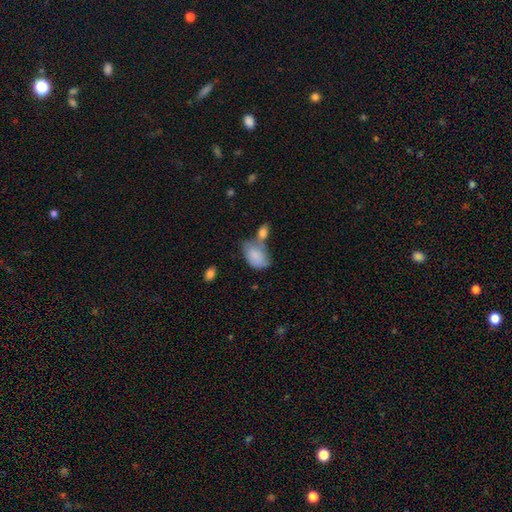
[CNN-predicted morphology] Smooth or featured?
  - smooth: 81% *
  - featured or disk: 13%
  - star or artifact: 6%
How rounded?
  - in between: 90% *
  - round: 8%
  - cigar-shaped: 1%
Merging?
  - merger: 35% *
  - none: 33%
  - minor disturbance: 22%
  - major disturbance: 10%